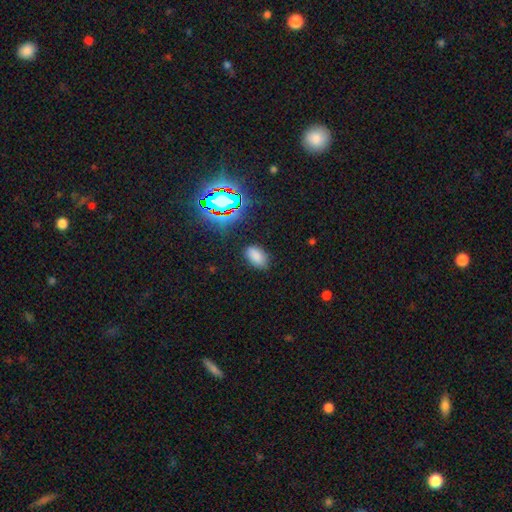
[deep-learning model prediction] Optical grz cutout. It shows a smooth galaxy with no disk features (76%) that is in between round and cigar-shaped (91%). Merging: none (82%).